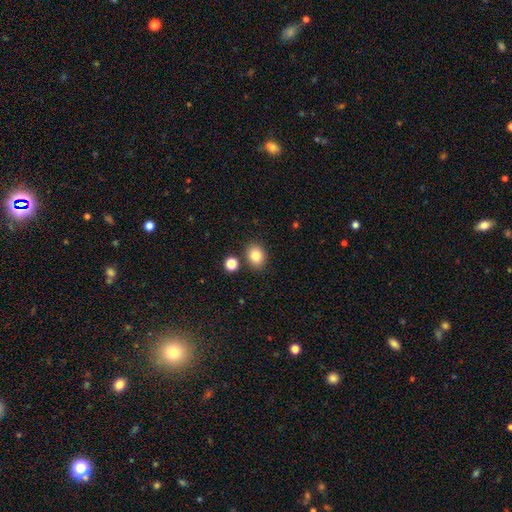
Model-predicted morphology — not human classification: smooth 83%, star or artifact 10%, featured or disk 7%. Down the decision tree: how rounded — round (52%); merging — none (83%).